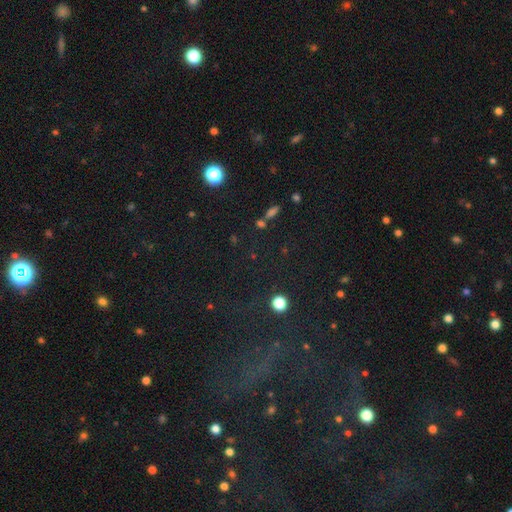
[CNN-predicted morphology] smooth-or-featured: star or artifact: 76% | smooth: 16% | featured or disk: 9%